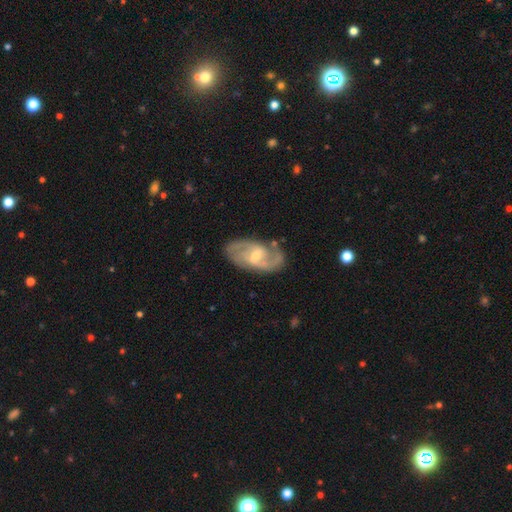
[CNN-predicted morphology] smooth-or-featured: featured or disk: 84% | smooth: 11% | star or artifact: 5%
  disk-edge-on: no: 95% | yes: 5%
    bar: weak: 58% | no: 22% | strong: 20%
    has-spiral-arms: yes: 94% | no: 6%
      spiral-winding: medium: 52% | tight: 27% | loose: 21%
      spiral-arm-count: 2: 79% | can't tell: 9% | 3: 6% | 1: 2% | 4: 2% | more than 4: 1%
    bulge-size: small: 50% | moderate: 45% | none: 3% | large: 2% | dominant: 1%
  merging: none: 77% | minor disturbance: 16% | major disturbance: 5% | merger: 2%